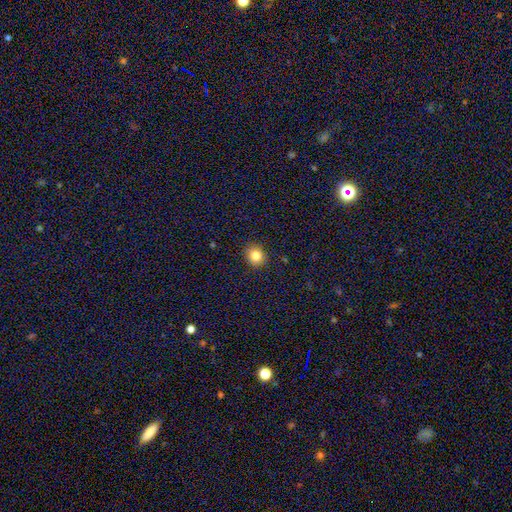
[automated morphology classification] Smooth or featured? smooth (82%)
How rounded? round (80%)
Merging? none (91%)